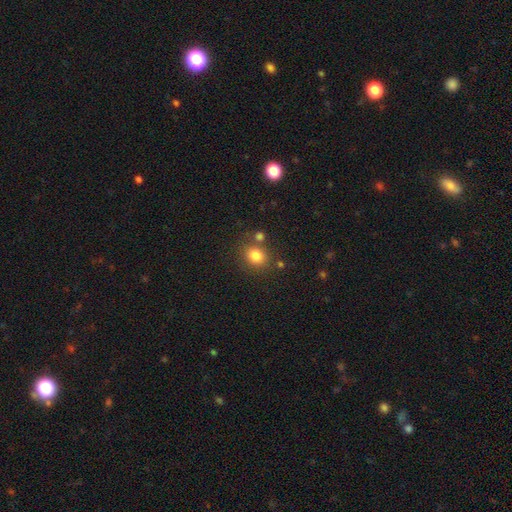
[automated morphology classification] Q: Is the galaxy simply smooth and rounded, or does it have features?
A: smooth — 82%.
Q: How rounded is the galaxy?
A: round — 64%.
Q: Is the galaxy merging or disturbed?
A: none — 74%.